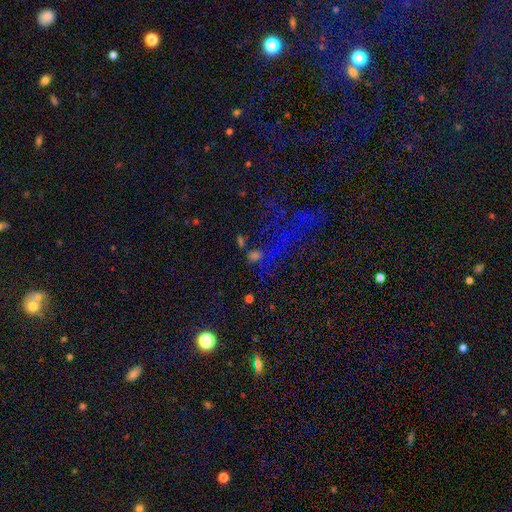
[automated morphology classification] smooth_or_featured: star or artifact (p=0.52) [alt: smooth p=0.34]